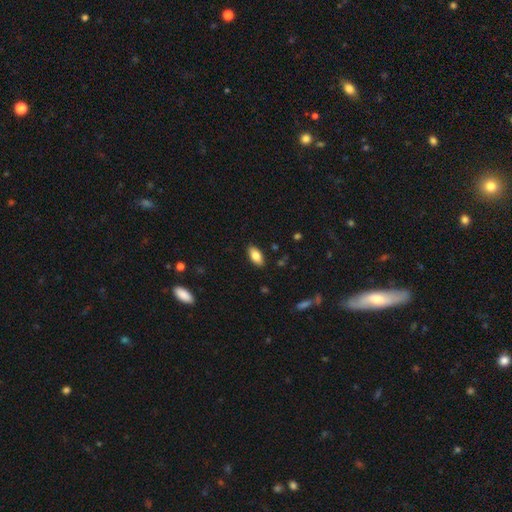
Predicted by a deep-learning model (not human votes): Smooth or featured?
  - smooth: 83% *
  - featured or disk: 10%
  - star or artifact: 7%
How rounded?
  - in between: 91% *
  - cigar-shaped: 6%
  - round: 3%
Merging?
  - none: 87% *
  - minor disturbance: 10%
  - major disturbance: 2%
  - merger: 1%